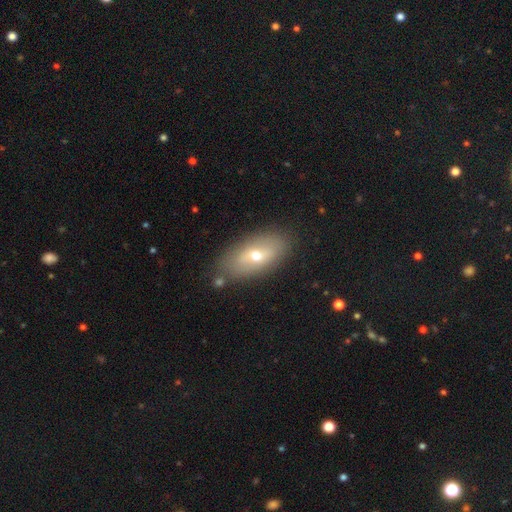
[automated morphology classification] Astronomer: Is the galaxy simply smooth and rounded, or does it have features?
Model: smooth — 54% (runner-up: featured or disk, 38%).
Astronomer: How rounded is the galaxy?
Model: in between — 88%.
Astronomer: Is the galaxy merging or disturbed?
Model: none — 82%.